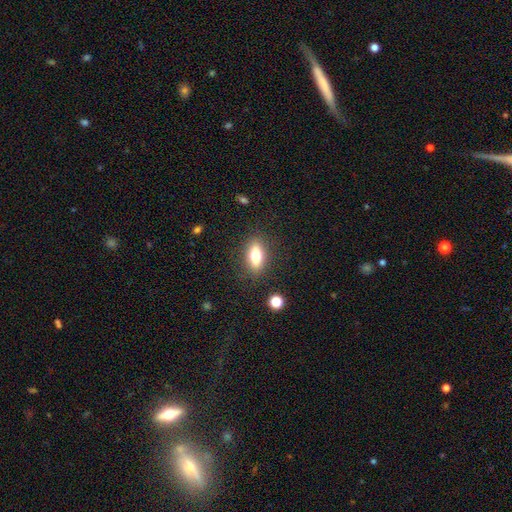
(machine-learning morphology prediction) Smooth or featured? Predicted: smooth (p=0.71). How rounded? Predicted: in between (p=0.72). Merging? Predicted: none (p=0.86).